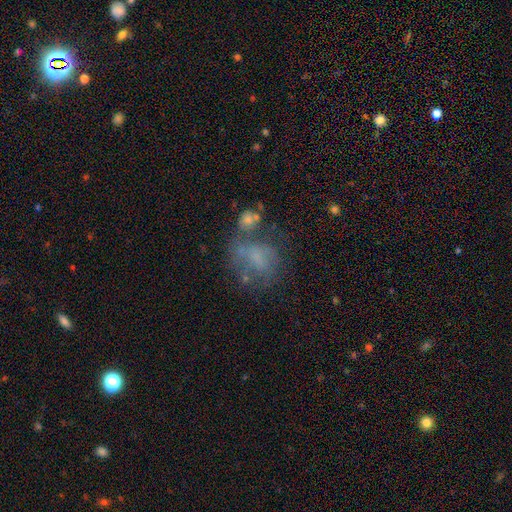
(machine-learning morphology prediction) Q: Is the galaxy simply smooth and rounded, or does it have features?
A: featured or disk — 40%, tied with smooth.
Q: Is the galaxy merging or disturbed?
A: none — 37%.